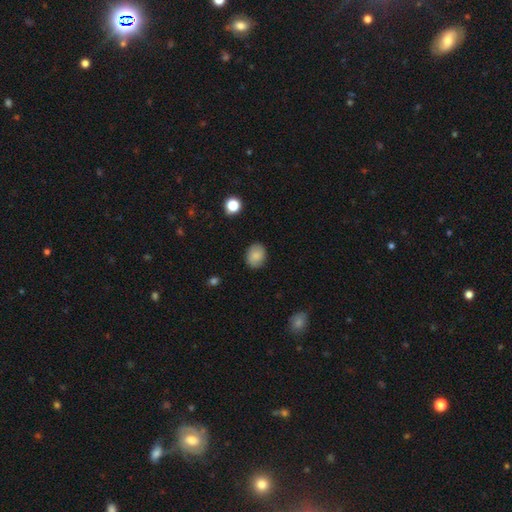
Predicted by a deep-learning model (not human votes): Smooth or featured?
  - smooth: 84% *
  - star or artifact: 8%
  - featured or disk: 8%
How rounded?
  - in between: 54% *
  - round: 45%
  - cigar-shaped: 1%
Merging?
  - none: 87% *
  - minor disturbance: 10%
  - major disturbance: 2%
  - merger: 1%